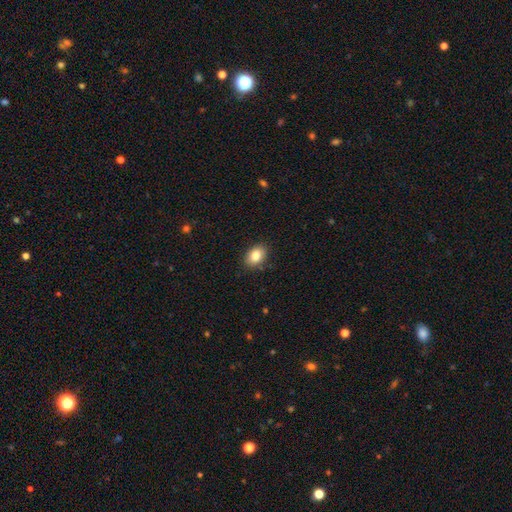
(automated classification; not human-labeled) smooth 84%, star or artifact 8%, featured or disk 7%. Down the decision tree: how rounded — in between (82%); merging — none (87%).